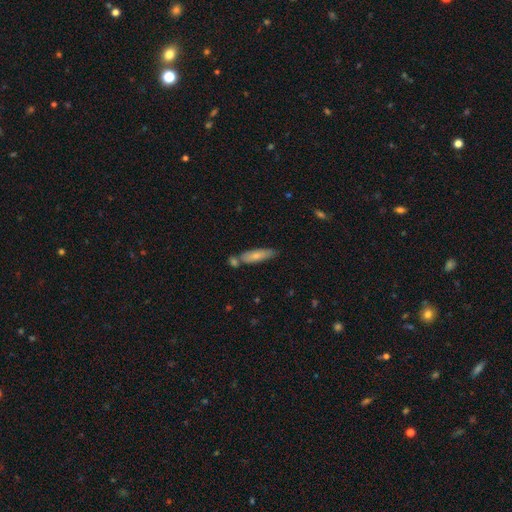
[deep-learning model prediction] Smooth or featured: smooth — 71% (featured or disk — 23%)
How rounded: cigar-shaped — 66% (in between — 32%)
Merging: none — 64% (merger — 18%)